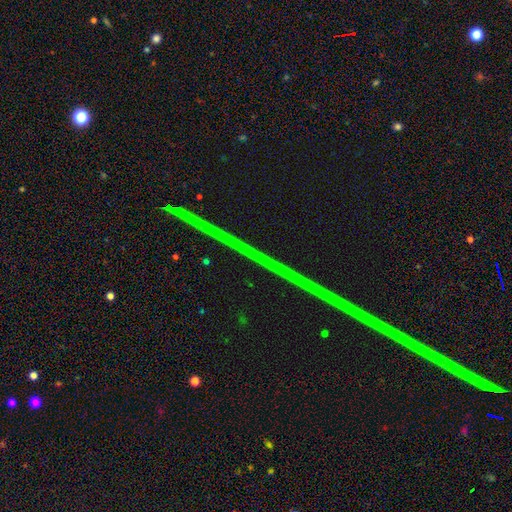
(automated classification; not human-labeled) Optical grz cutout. It shows a star or artifact, not a galaxy (88%).